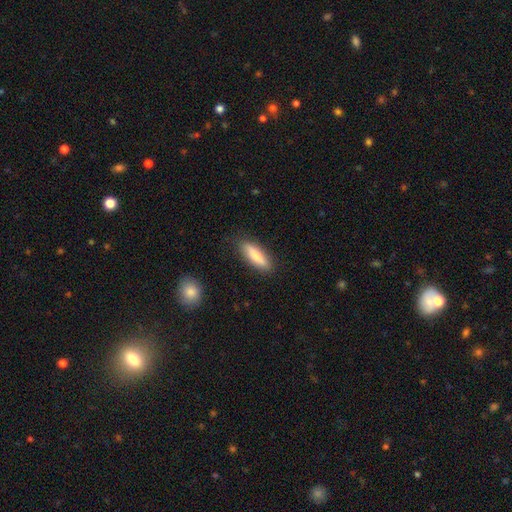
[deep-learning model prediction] Smooth or featured: smooth — 79% (featured or disk — 15%)
How rounded: cigar-shaped — 58% (in between — 41%)
Merging: none — 87% (minor disturbance — 10%)